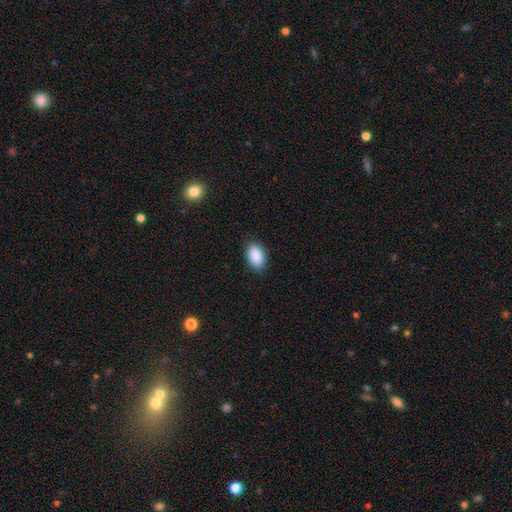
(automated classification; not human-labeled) The model was most divided on "merging": none: 87%, minor disturbance: 10%, major disturbance: 2%, merger: 1%. More confident: how rounded — in between (91%); smooth or featured — smooth (91%).